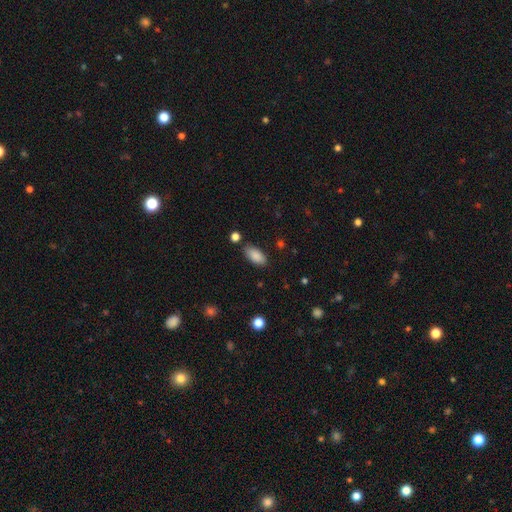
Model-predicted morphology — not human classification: type=smooth (88%); roundness=in between (91%); merging=none (83%).